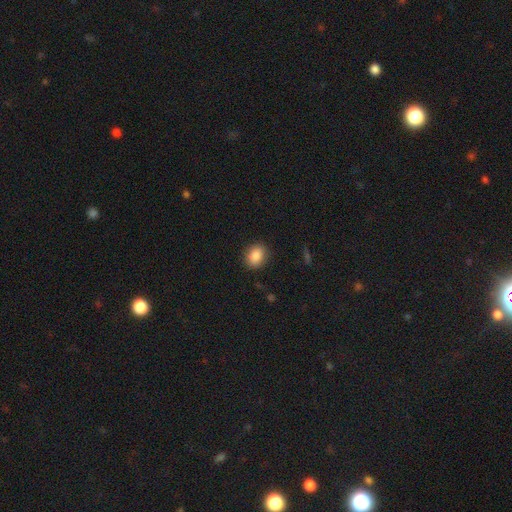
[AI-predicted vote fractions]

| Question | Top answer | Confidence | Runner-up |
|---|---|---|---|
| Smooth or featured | smooth | 87% | star or artifact (8%) |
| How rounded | in between | 53% | round (46%) |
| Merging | none | 87% | minor disturbance (10%) |